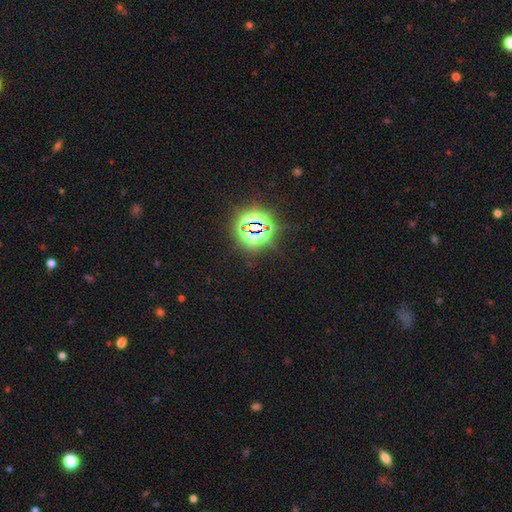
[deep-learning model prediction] smooth-or-featured: star or artifact: 84% | smooth: 10% | featured or disk: 6%